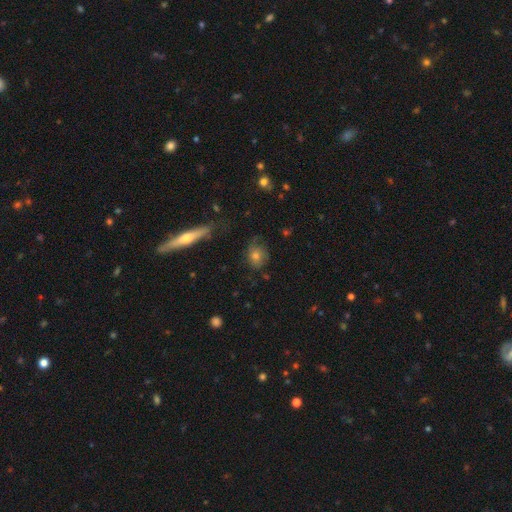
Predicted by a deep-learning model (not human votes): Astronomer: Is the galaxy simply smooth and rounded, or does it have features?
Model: smooth — 54% (runner-up: featured or disk, 34%).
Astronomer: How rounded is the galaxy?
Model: round — 54% (runner-up: in between, 40%).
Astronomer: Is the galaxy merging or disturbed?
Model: none — 63%.